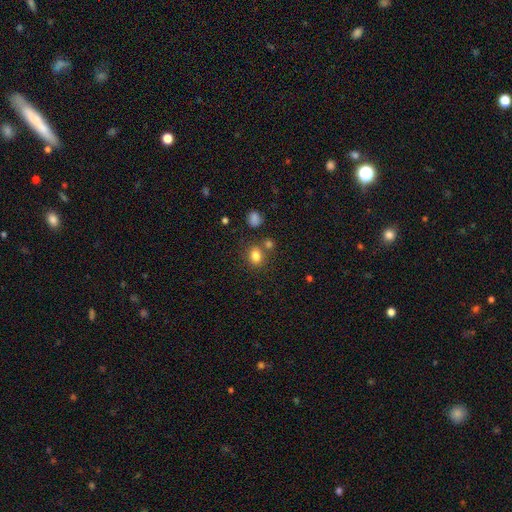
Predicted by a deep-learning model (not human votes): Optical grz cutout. It shows a smooth galaxy with no disk features (80%) that is in between round and cigar-shaped (51%). Merging: none (69%).